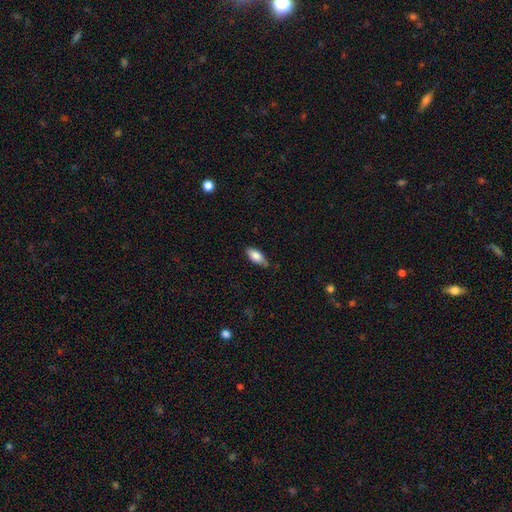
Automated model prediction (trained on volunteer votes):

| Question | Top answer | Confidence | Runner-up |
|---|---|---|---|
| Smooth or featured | smooth | 81% | featured or disk (12%) |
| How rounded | in between | 85% | cigar-shaped (13%) |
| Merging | none | 73% | minor disturbance (22%) |